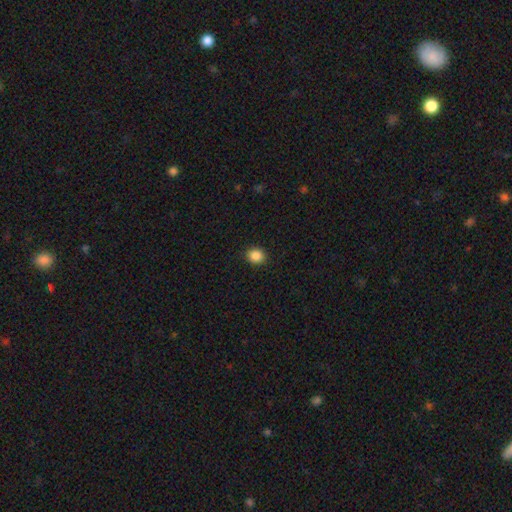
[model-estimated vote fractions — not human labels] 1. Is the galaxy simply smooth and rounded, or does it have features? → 87% smooth, 10% star or artifact, 3% featured or disk.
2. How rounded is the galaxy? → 75% round, 24% in between, 1% cigar-shaped.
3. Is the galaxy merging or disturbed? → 91% none, 6% minor disturbance, 2% major disturbance, 1% merger.